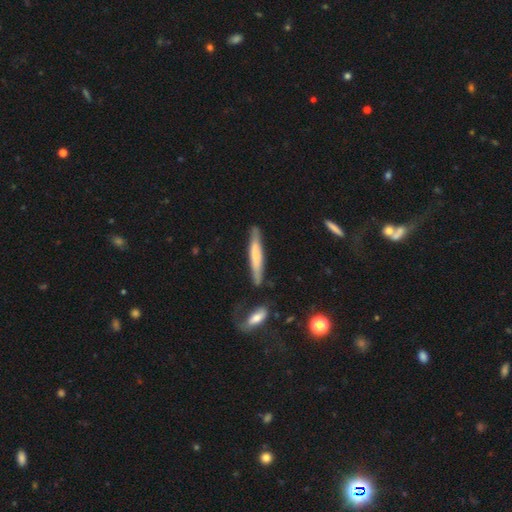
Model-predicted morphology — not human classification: Smooth or featured? smooth (56%)
How rounded? cigar-shaped (93%)
Merging? none (75%)